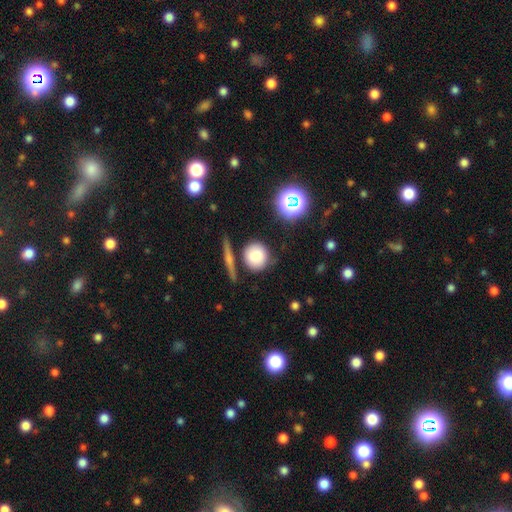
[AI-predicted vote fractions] smooth 76%, featured or disk 13%, star or artifact 11%. Down the decision tree: how rounded — round (88%); merging — none (75%).